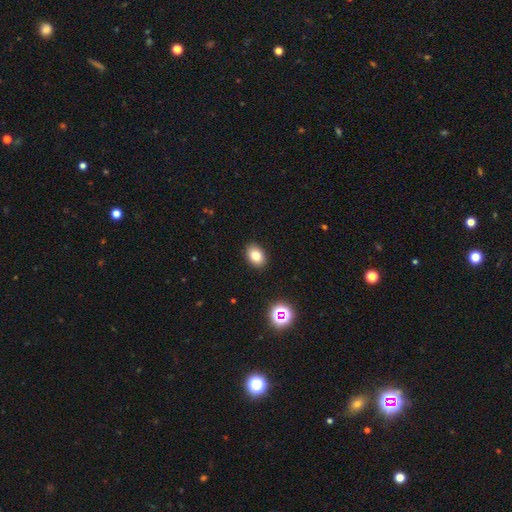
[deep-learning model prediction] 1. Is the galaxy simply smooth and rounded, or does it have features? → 79% smooth, 12% star or artifact, 9% featured or disk.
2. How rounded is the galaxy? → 77% in between, 22% round, 1% cigar-shaped.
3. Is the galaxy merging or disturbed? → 90% none, 7% minor disturbance, 2% major disturbance, 1% merger.